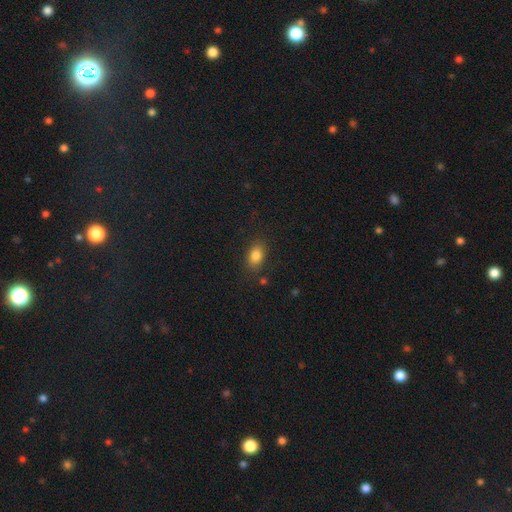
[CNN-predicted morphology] This appears to be a smooth galaxy with no disk features (84%) that is in between round and cigar-shaped (82%). Merging: none (83%).